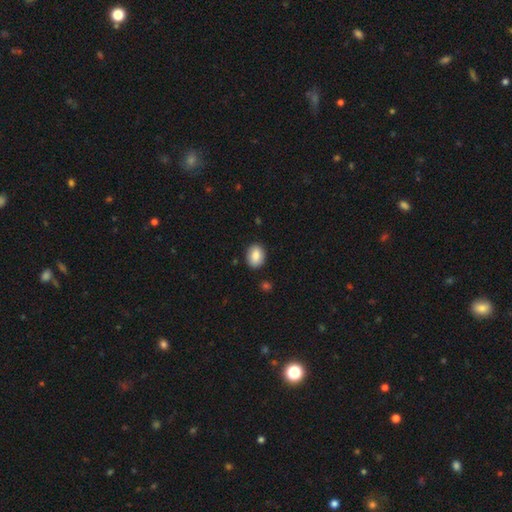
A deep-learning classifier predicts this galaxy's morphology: The model was most divided on "how rounded": in between: 75%, round: 24%, cigar-shaped: 1%. More confident: merging — none (88%); smooth or featured — smooth (87%).